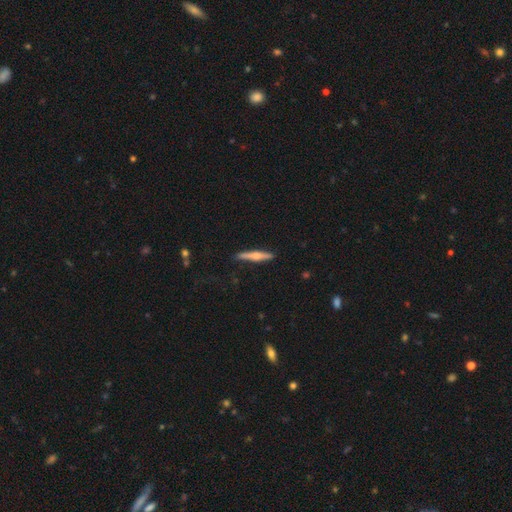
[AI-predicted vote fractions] This is possibly a featured or disk galaxy (57%). It is clearly viewed edge-on (97%). Edge-on bulge: clearly rounded (85%). Merging: clearly none (88%).